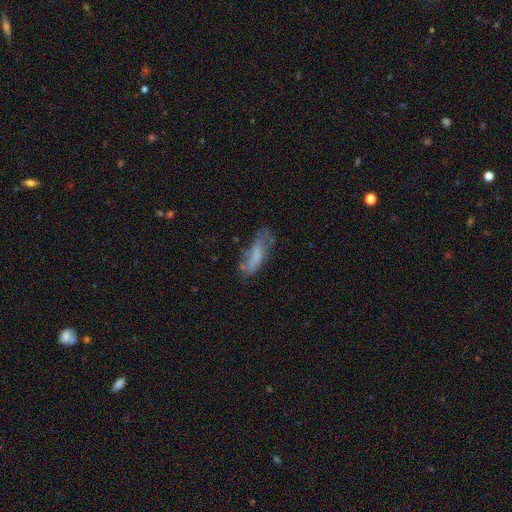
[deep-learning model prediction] smooth-or-featured: smooth: 56% | featured or disk: 35% | star or artifact: 9%
  how-rounded: in between: 52% | cigar-shaped: 46% | round: 2%
  merging: none: 48% | minor disturbance: 29% | major disturbance: 18% | merger: 5%